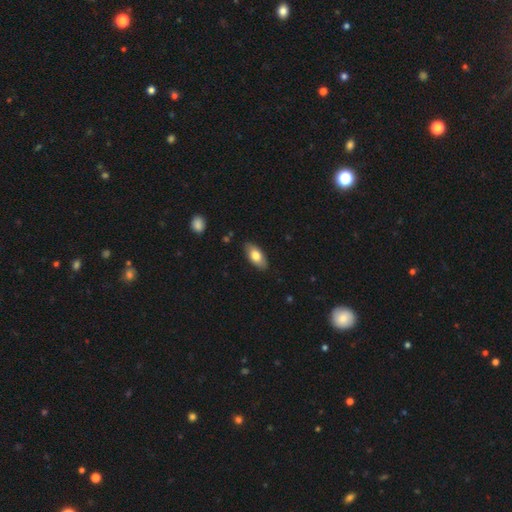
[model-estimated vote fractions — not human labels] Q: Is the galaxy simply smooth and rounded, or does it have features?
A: smooth — 76%.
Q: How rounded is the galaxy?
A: in between — 90%.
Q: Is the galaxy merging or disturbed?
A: none — 86%.